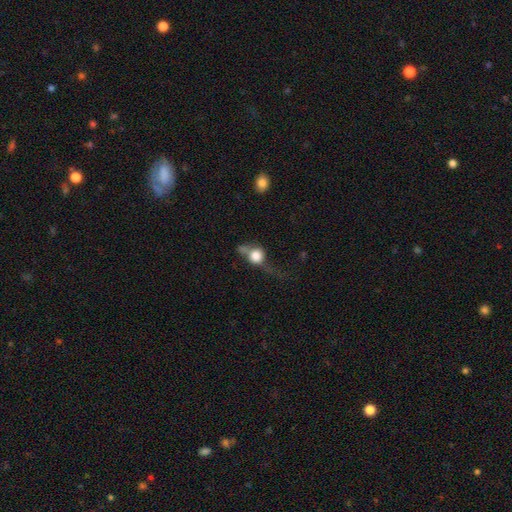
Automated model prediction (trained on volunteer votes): This appears to be a smooth galaxy with no disk features (70%) that is round (75%). Merging: none (30%).